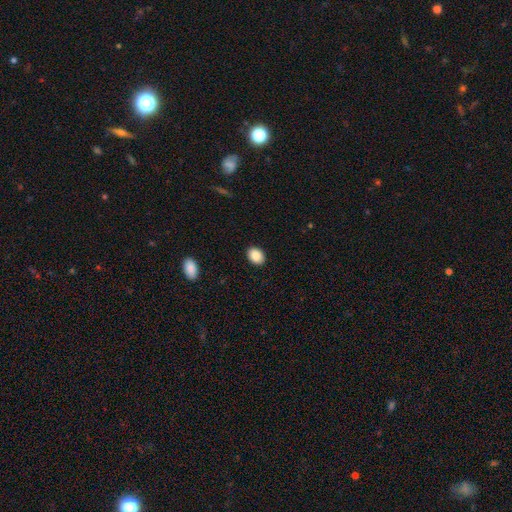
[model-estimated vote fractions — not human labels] Smooth or featured?
  - smooth: 88% *
  - star or artifact: 8%
  - featured or disk: 4%
How rounded?
  - in between: 67% *
  - round: 32%
  - cigar-shaped: 1%
Merging?
  - none: 90% *
  - minor disturbance: 7%
  - major disturbance: 2%
  - merger: 1%